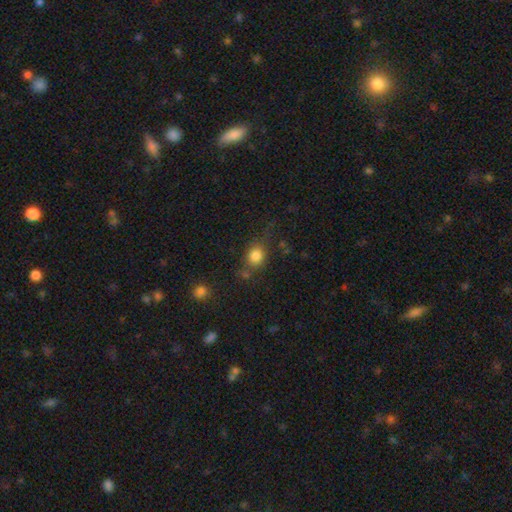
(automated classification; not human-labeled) Smooth or featured?
  - smooth: 82% *
  - star or artifact: 11%
  - featured or disk: 7%
How rounded?
  - round: 67% *
  - in between: 31%
  - cigar-shaped: 2%
Merging?
  - none: 64% *
  - minor disturbance: 18%
  - major disturbance: 9%
  - merger: 9%